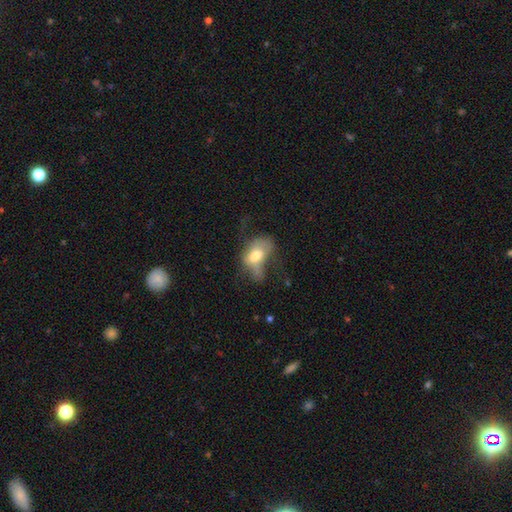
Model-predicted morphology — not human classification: smooth 62%, featured or disk 29%, star or artifact 9%. Down the decision tree: how rounded — in between (86%); merging — major disturbance (46%).